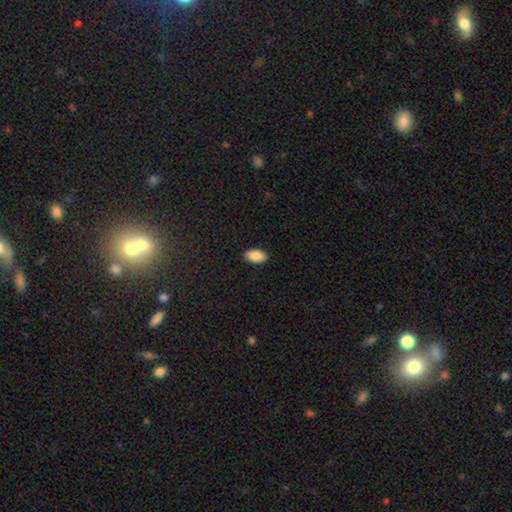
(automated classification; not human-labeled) Smooth or featured?
  - smooth: 89% *
  - star or artifact: 7%
  - featured or disk: 4%
How rounded?
  - in between: 94% *
  - cigar-shaped: 3%
  - round: 3%
Merging?
  - none: 89% *
  - minor disturbance: 8%
  - major disturbance: 2%
  - merger: 1%